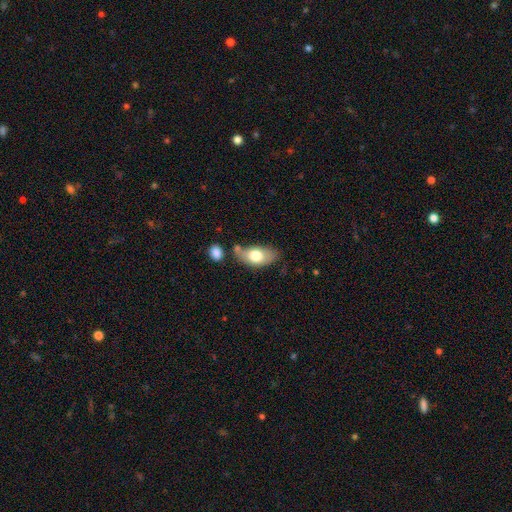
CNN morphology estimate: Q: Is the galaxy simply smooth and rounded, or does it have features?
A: smooth — 72%.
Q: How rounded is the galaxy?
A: in between — 91%.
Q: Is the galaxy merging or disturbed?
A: none — 52%.